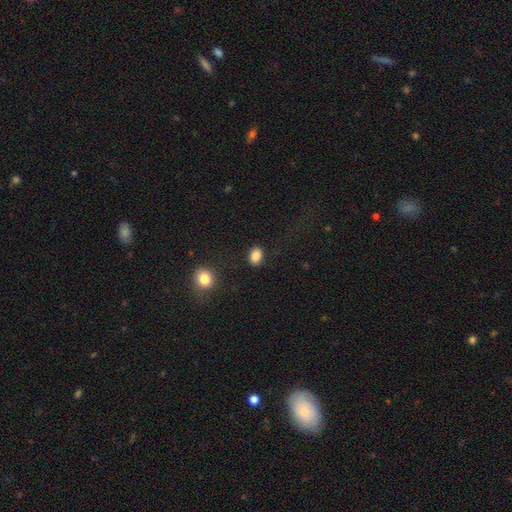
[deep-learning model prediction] Smooth or featured? Predicted: smooth (p=0.87). How rounded? Predicted: in between (p=0.70). Merging? Predicted: none (p=0.86).